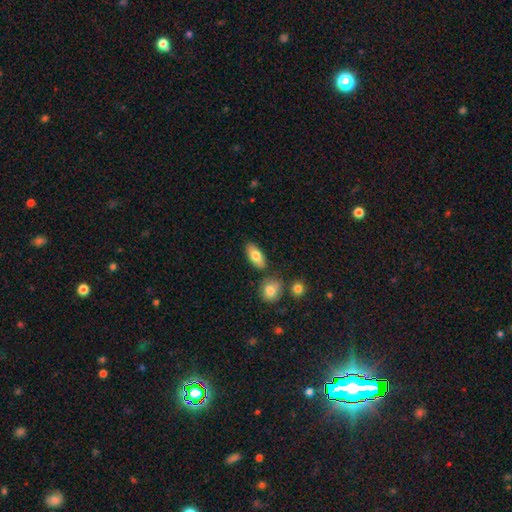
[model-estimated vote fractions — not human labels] Morphology: type=smooth (77%); roundness=in between (87%); merging=none (79%).